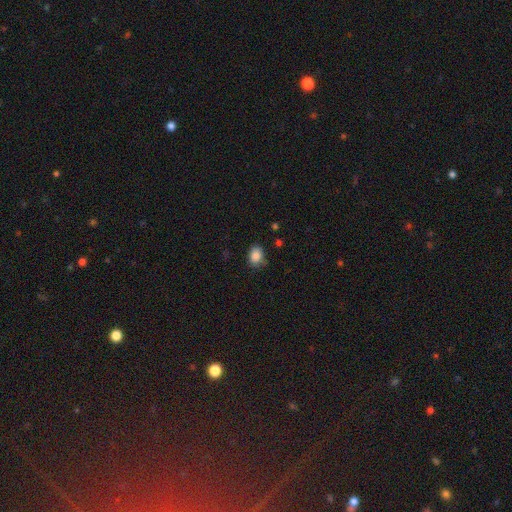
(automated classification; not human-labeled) Smooth or featured? smooth (86%)
How rounded? in between (62%)
Merging? none (75%)